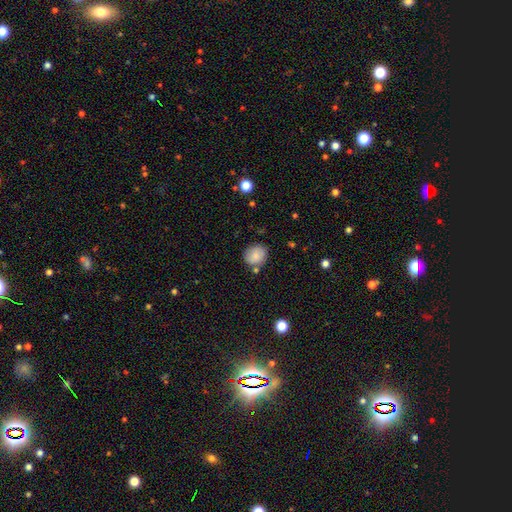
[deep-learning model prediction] Smooth or featured: smooth — 81% (featured or disk — 10%)
How rounded: round — 75% (in between — 24%)
Merging: none — 76% (minor disturbance — 15%)